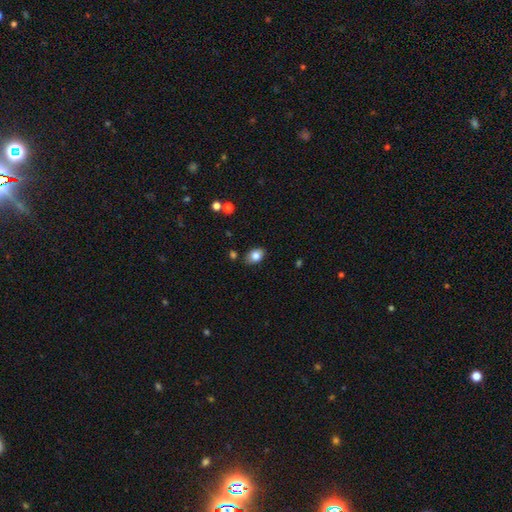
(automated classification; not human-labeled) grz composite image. It shows a smooth galaxy with no disk features (82%) that is in between round and cigar-shaped (83%). Merging: none (81%).